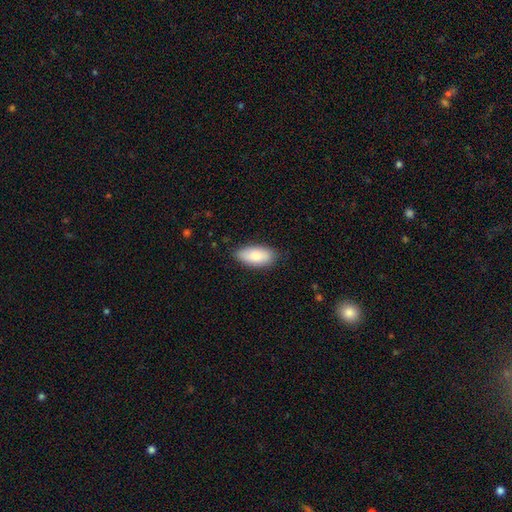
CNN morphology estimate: Overall: smooth (86%). How rounded: in between (90%). Merging: none (82%).